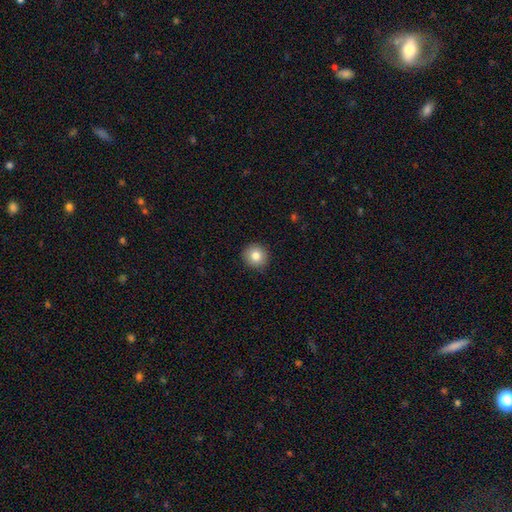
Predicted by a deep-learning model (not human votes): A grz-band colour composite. It shows a smooth galaxy with no disk features (83%) that is round (93%). Merging: none (91%).